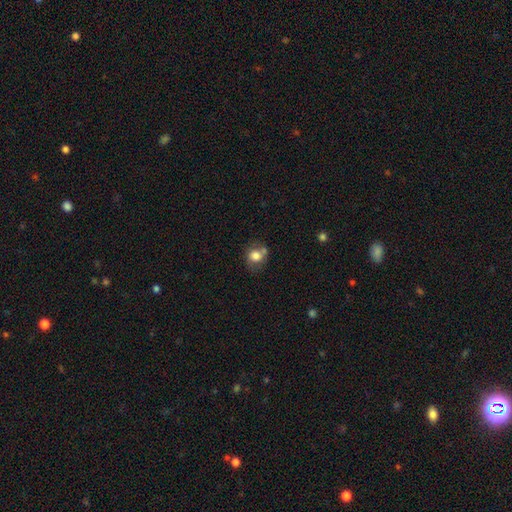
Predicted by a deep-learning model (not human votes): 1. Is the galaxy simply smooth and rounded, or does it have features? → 75% smooth, 15% featured or disk, 9% star or artifact.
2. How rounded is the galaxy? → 69% round, 30% in between, 1% cigar-shaped.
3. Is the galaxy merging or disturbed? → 52% none, 21% minor disturbance, 18% merger, 8% major disturbance.